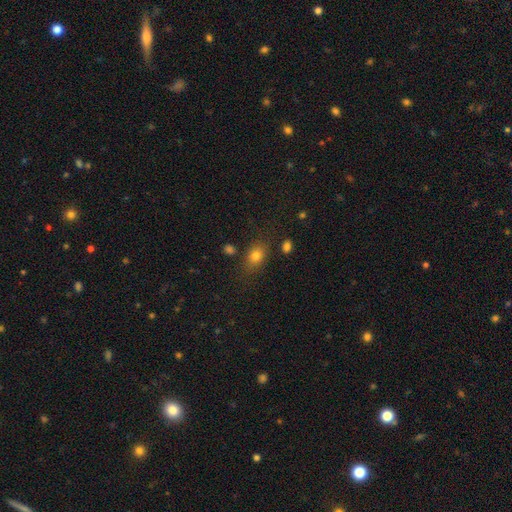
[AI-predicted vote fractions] This appears to be a smooth galaxy with no disk features (78%) that is in between round and cigar-shaped (67%). Merging: none (73%).